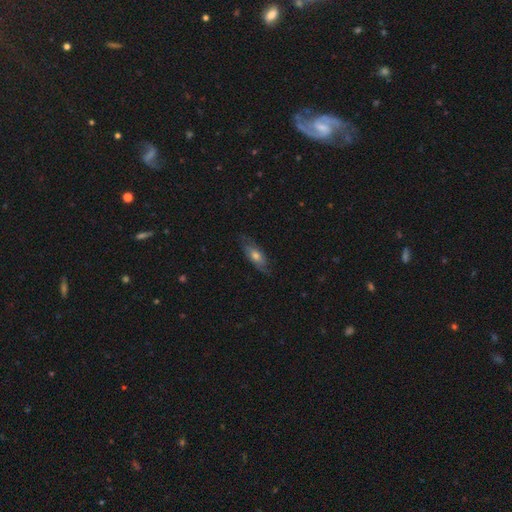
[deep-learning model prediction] Q: Smooth or featured?
A: featured or disk (50%); runner-up: smooth (43%)
Q: Merging?
A: none (73%); runner-up: minor disturbance (20%)